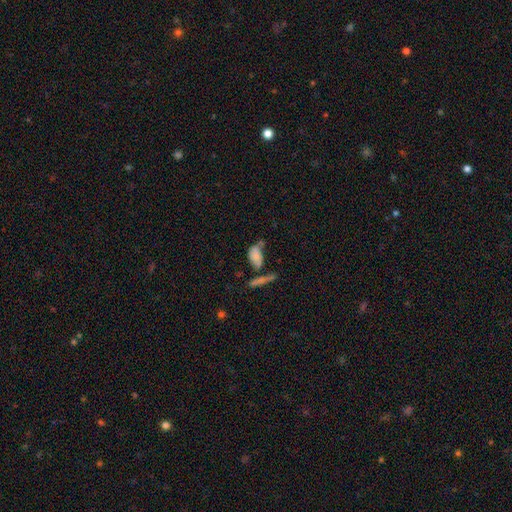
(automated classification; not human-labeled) Smooth or featured? Predicted: smooth (p=0.71). How rounded? Predicted: in between (p=0.88). Merging? Predicted: none (p=0.36).